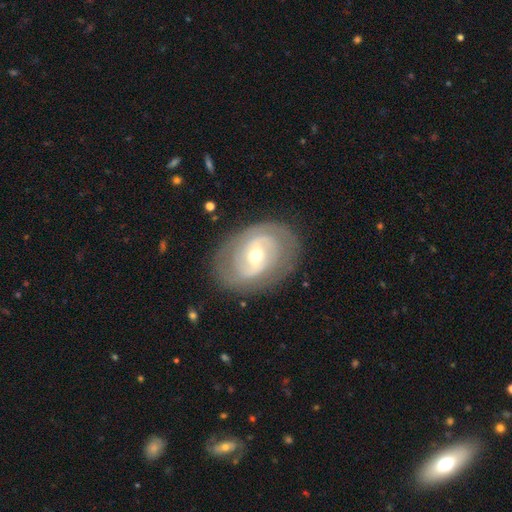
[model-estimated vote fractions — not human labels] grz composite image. It shows a featured or disk galaxy (81%) with a weak bar (45%), 2 (65%) tight (52%) spiral arms (87%) and a moderate central bulge (52%). Merging: none (80%).